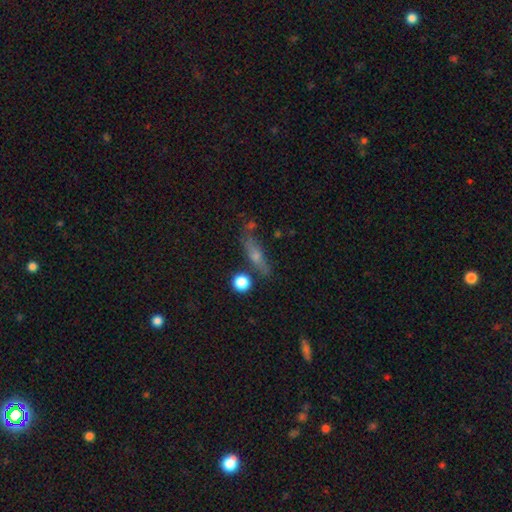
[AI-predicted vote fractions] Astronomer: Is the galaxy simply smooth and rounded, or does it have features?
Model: smooth — 43%, tied with featured or disk at 43%.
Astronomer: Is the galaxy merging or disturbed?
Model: none — 67%.